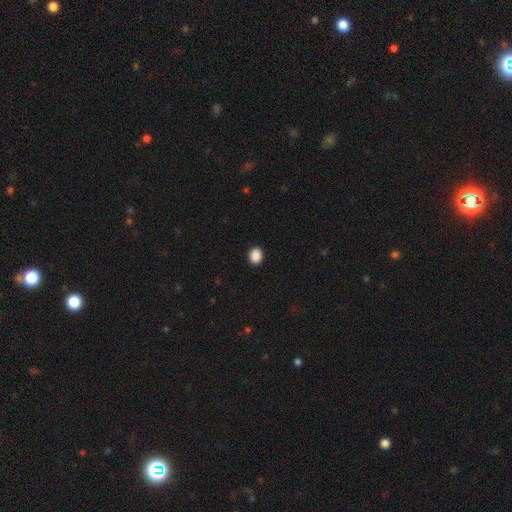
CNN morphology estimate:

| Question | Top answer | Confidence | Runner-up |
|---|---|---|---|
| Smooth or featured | smooth | 89% | star or artifact (9%) |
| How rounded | in between | 50% | round (49%) |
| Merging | none | 92% | minor disturbance (6%) |